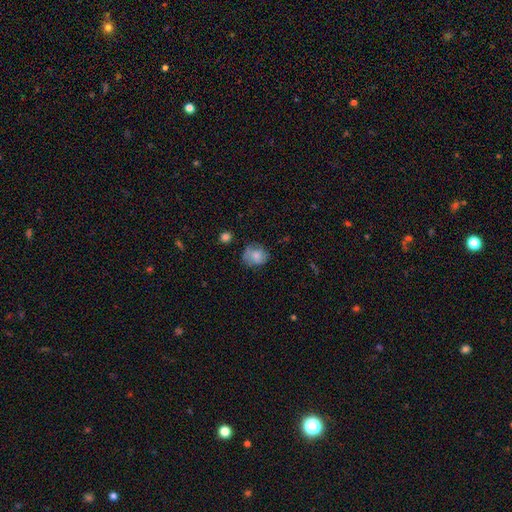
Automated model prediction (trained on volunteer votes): Smooth or featured? Predicted: smooth (p=0.74). How rounded? Predicted: round (p=0.68). Merging? Predicted: none (p=0.64).